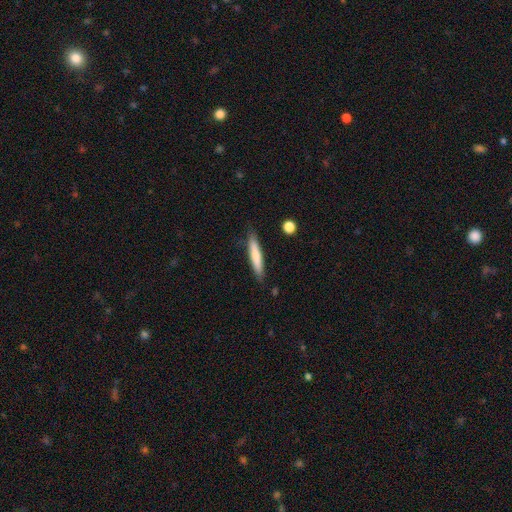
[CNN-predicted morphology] The model was most divided on "smooth or featured": smooth: 71%, featured or disk: 24%, star or artifact: 6%. More confident: how rounded — cigar-shaped (91%); merging — none (85%).